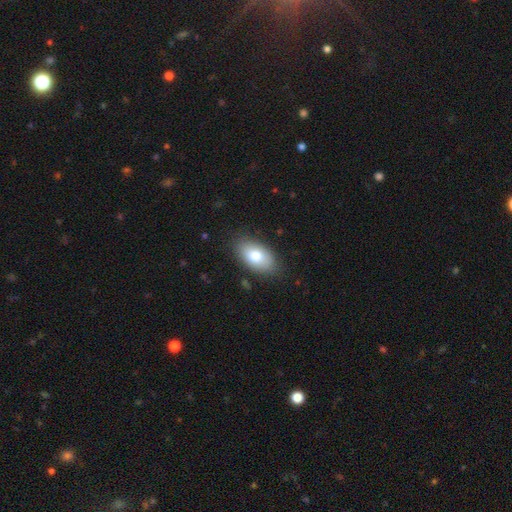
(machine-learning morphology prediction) smooth 77%, featured or disk 16%, star or artifact 7%. Down the decision tree: how rounded — in between (93%); merging — none (83%).